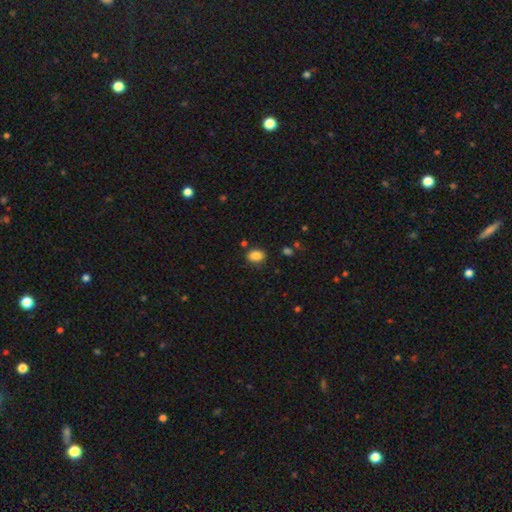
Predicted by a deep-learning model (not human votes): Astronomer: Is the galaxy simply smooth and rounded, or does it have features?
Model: smooth — 86%.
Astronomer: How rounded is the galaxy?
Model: in between — 75%.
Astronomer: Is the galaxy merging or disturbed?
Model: none — 83%.